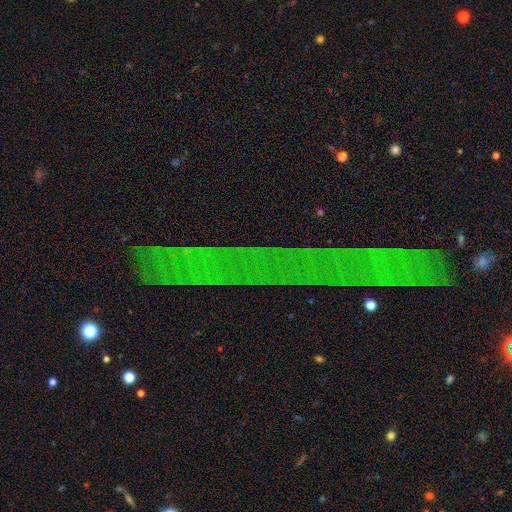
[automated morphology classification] Smooth or featured? star or artifact (80%)